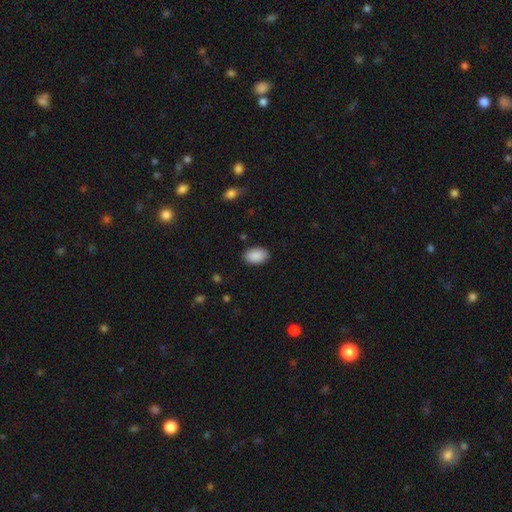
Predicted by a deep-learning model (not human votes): A smooth galaxy with no disk features (91%) that is in between round and cigar-shaped (90%). Merging: none (88%).